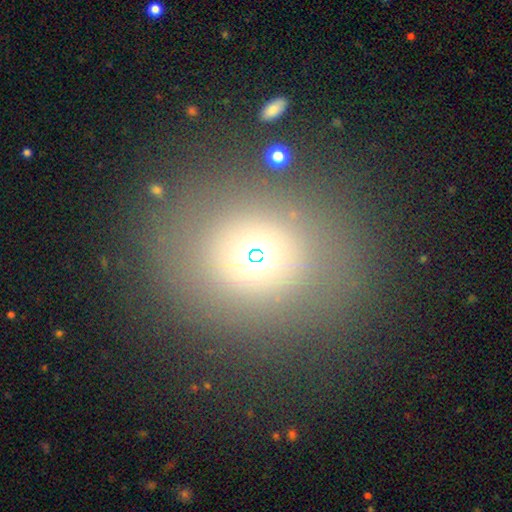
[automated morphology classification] smooth-or-featured: smooth: 62% | star or artifact: 21% | featured or disk: 17%
  how-rounded: round: 77% | in between: 22% | cigar-shaped: 1%
  merging: none: 77% | minor disturbance: 10% | major disturbance: 7% | merger: 6%